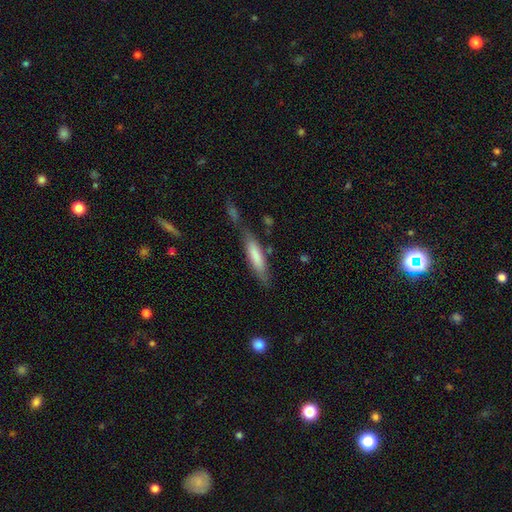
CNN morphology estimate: Smooth or featured?
  - smooth: 73% *
  - featured or disk: 21%
  - star or artifact: 6%
How rounded?
  - cigar-shaped: 77% *
  - in between: 21%
  - round: 1%
Merging?
  - none: 56% *
  - minor disturbance: 22%
  - merger: 13%
  - major disturbance: 9%